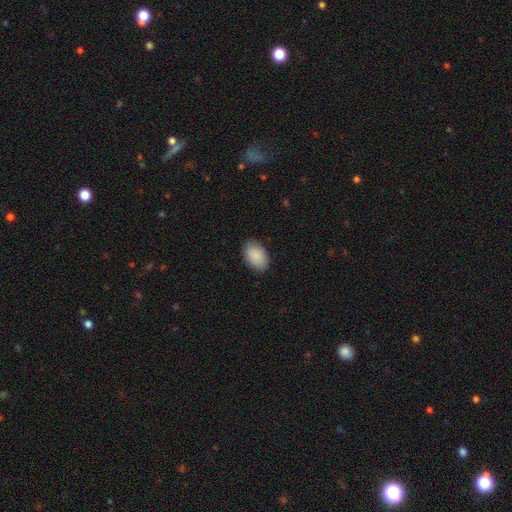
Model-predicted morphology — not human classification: Smooth or featured? Predicted: smooth (p=0.90). How rounded? Predicted: in between (p=0.90). Merging? Predicted: none (p=0.87).